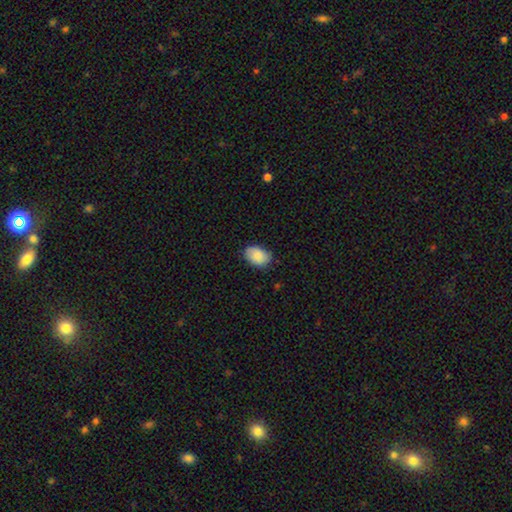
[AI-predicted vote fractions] The model was most divided on "merging": none: 74%, minor disturbance: 22%, major disturbance: 3%, merger: 1%. More confident: smooth or featured — smooth (86%); how rounded — in between (83%).